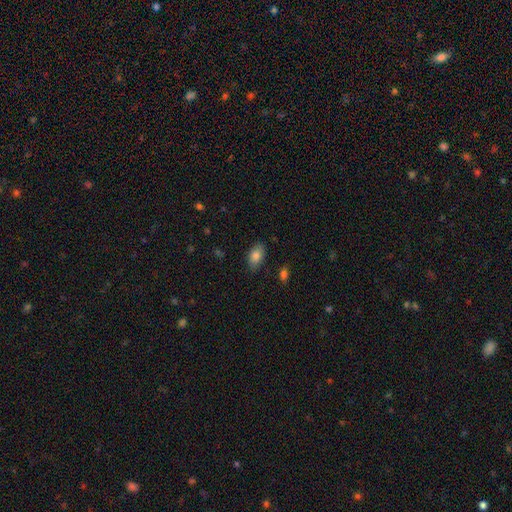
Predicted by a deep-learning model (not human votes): A smooth galaxy with no disk features (83%) that is in between round and cigar-shaped (91%). Merging: none (83%).